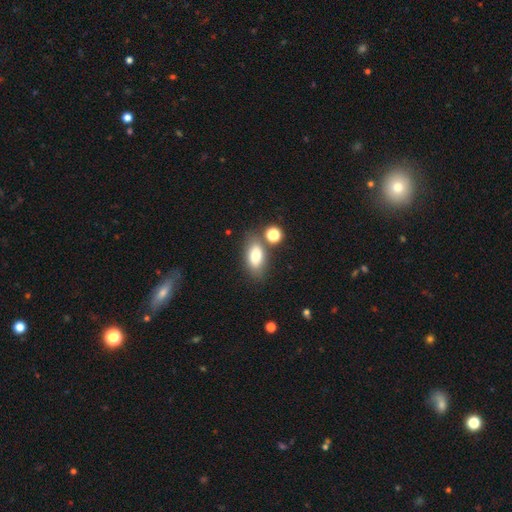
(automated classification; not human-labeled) This is likely a smooth galaxy (77%). How rounded: clearly in between (87%). Merging: likely none (70%).